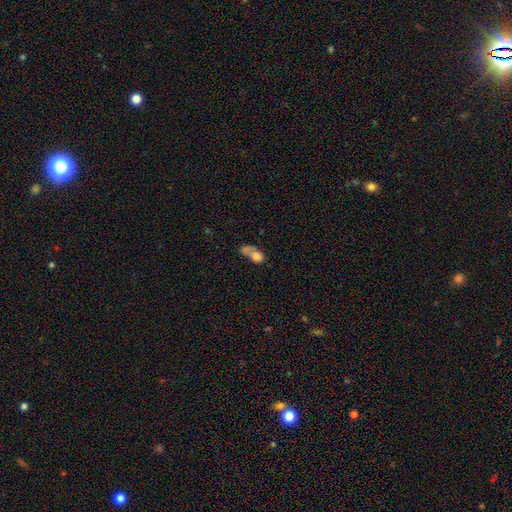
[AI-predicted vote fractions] Overall: smooth (70%). How rounded: in between (65%; round 32%). Merging: merger (52%; none 20%).